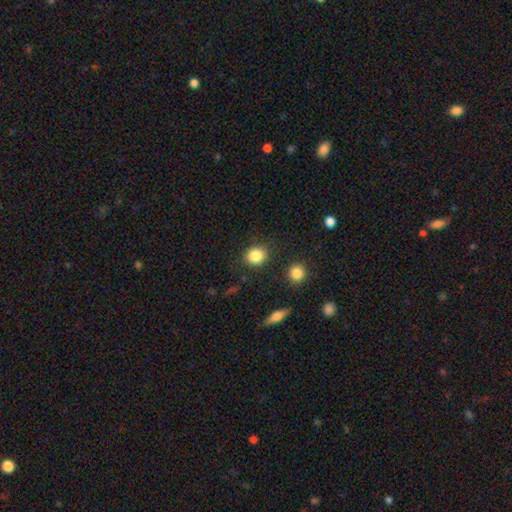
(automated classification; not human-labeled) This appears to be a smooth galaxy with no disk features (85%) that is round (76%). Merging: none (84%).